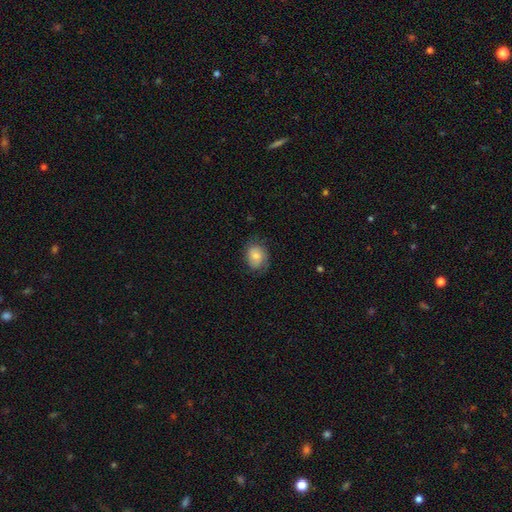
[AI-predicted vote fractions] A smooth galaxy with no disk features (65%) that is in between round and cigar-shaped (50%). Merging: none (66%).